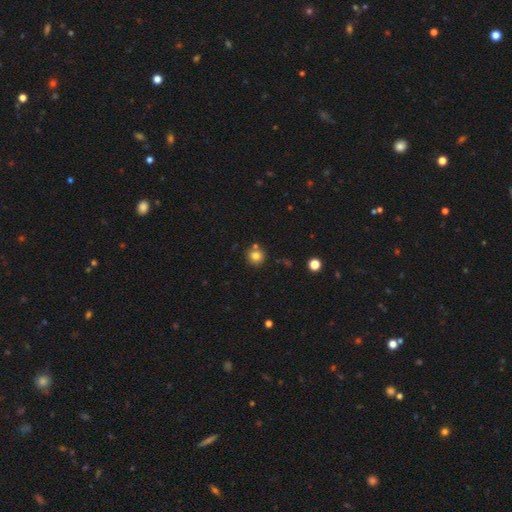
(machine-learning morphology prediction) Smooth or featured? Predicted: smooth (p=0.80). How rounded? Predicted: round (p=0.91). Merging? Predicted: none (p=0.74).